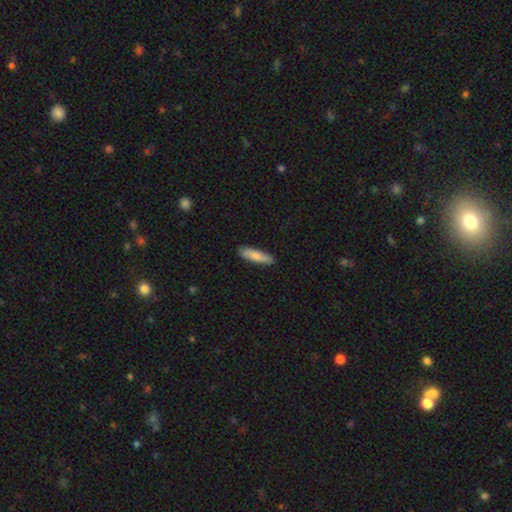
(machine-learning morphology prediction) A smooth galaxy with no disk features (78%) that is cigar-shaped (71%). Merging: none (89%).